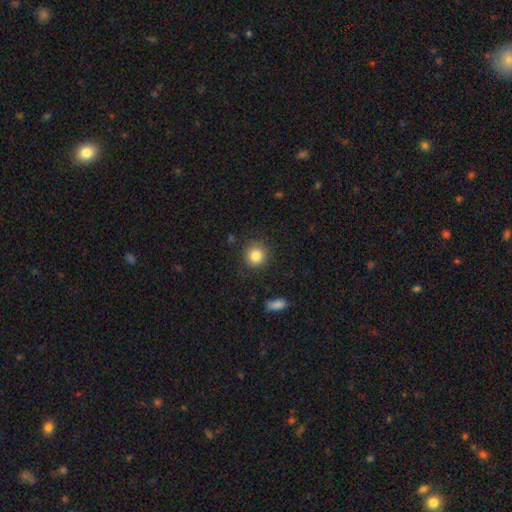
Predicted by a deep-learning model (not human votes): A smooth galaxy with no disk features (85%) that is round (92%).

Vote fractions:
- Smooth or featured? smooth: 85% / star or artifact: 10% / featured or disk: 6%
- How rounded? round: 92% / in between: 8% / cigar-shaped: 1%
- Merging? none: 88% / minor disturbance: 8% / major disturbance: 3% / merger: 1%